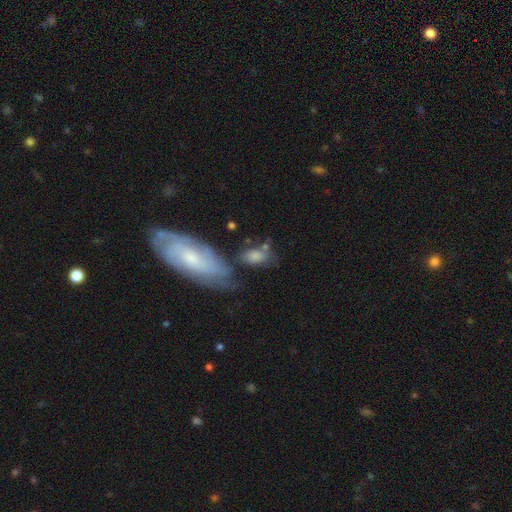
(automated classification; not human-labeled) Smooth or featured?
  - smooth: 72% *
  - featured or disk: 20%
  - star or artifact: 8%
How rounded?
  - in between: 88% *
  - round: 7%
  - cigar-shaped: 5%
Merging?
  - none: 46% *
  - minor disturbance: 22%
  - merger: 19%
  - major disturbance: 13%